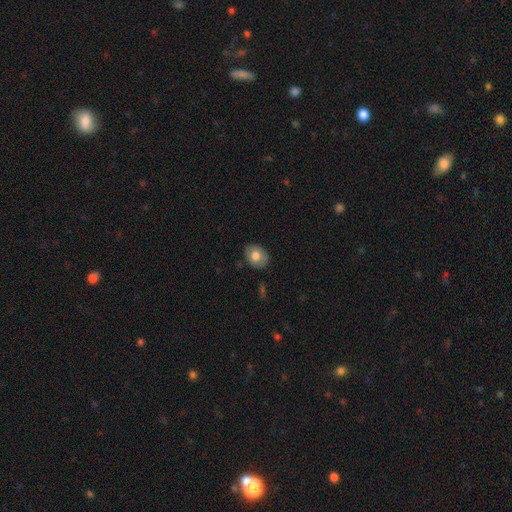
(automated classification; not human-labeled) Smooth or featured? smooth (75%)
How rounded? in between (58%)
Merging? none (82%)